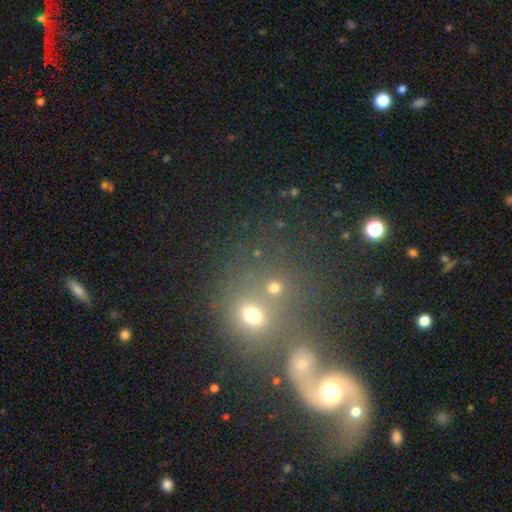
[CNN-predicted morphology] A smooth galaxy with no disk features (40%).

Vote fractions:
- Smooth or featured? smooth: 40% / featured or disk: 38% / star or artifact: 22%
- Merging? merger: 51% / none: 30% / major disturbance: 11% / minor disturbance: 9%